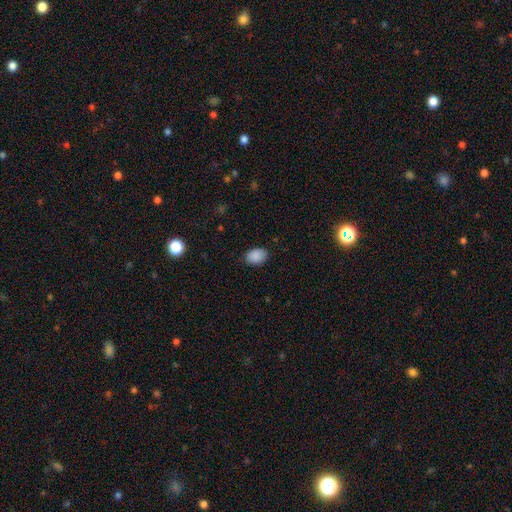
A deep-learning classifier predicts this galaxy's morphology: This appears to be a smooth galaxy with no disk features (89%) that is in between round and cigar-shaped (76%). Merging: none (85%).